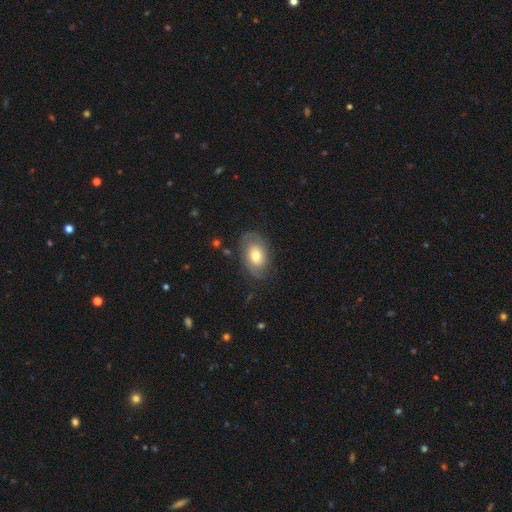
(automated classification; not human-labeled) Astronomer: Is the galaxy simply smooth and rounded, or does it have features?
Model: smooth — 50% (runner-up: featured or disk, 42%).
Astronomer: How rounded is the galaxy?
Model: in between — 83%.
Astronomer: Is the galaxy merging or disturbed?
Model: none — 73%.